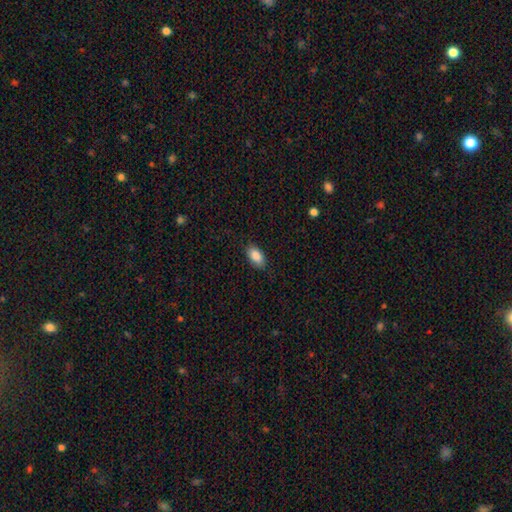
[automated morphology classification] Q: Smooth or featured?
A: smooth (89%); runner-up: star or artifact (7%)
Q: How rounded?
A: in between (93%); runner-up: cigar-shaped (3%)
Q: Merging?
A: none (86%); runner-up: minor disturbance (11%)